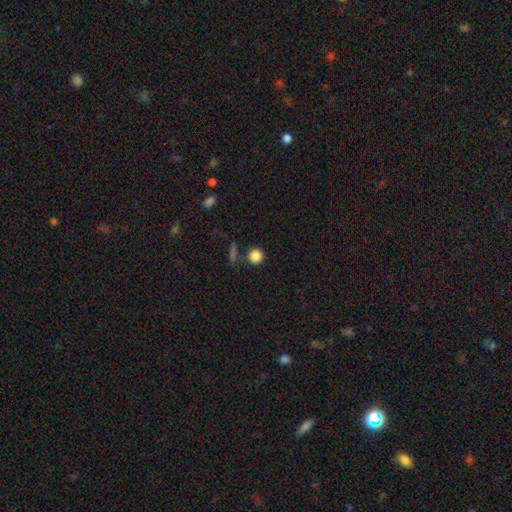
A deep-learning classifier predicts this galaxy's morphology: smooth 85%, star or artifact 10%, featured or disk 4%. Down the decision tree: how rounded — round (93%); merging — none (78%).